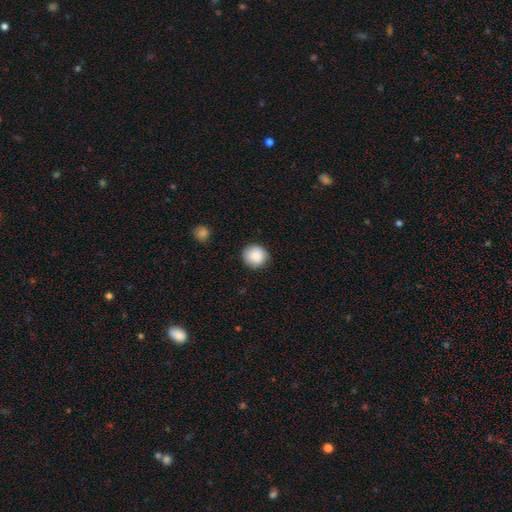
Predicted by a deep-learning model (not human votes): A smooth galaxy with no disk features (88%) that is round (91%). Merging: none (88%).